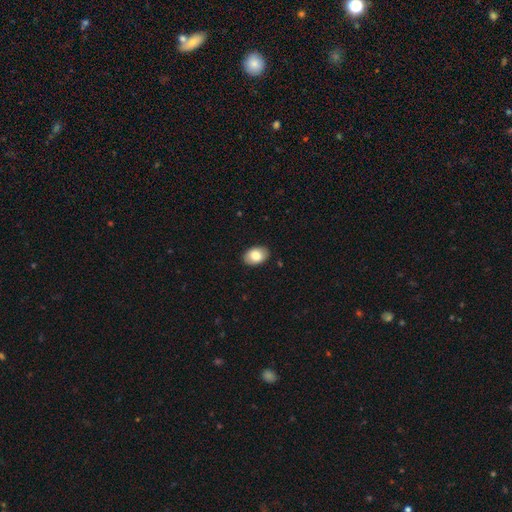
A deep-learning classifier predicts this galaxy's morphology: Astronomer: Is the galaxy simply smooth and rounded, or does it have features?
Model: smooth — 83%.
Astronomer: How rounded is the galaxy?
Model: in between — 86%.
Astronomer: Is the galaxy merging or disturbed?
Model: none — 88%.